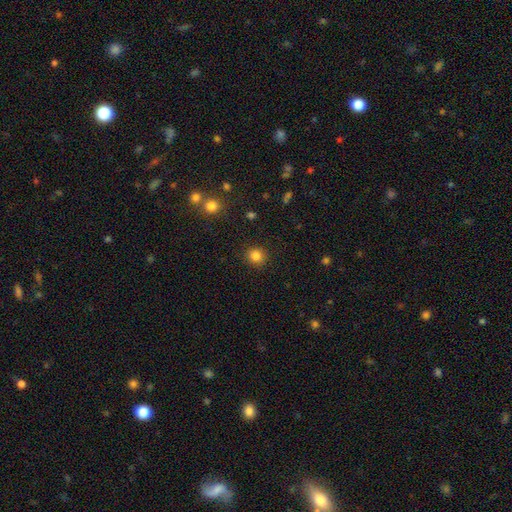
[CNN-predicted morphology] A smooth galaxy with no disk features (84%) that is round (90%). Merging: none (91%).